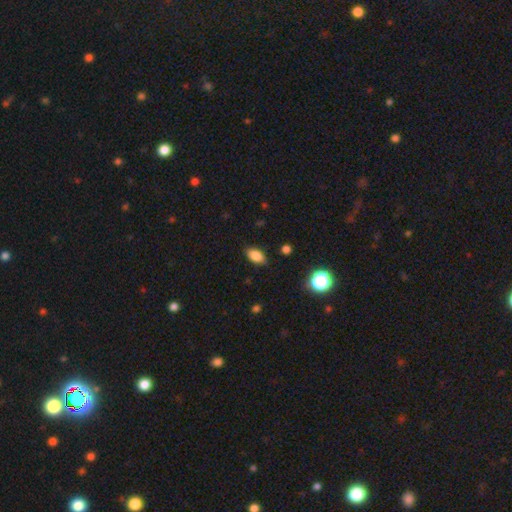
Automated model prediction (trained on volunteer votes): Smooth or featured? smooth (84%)
How rounded? in between (88%)
Merging? none (85%)